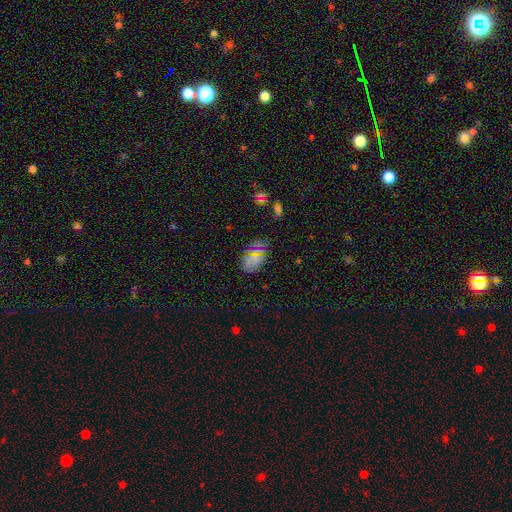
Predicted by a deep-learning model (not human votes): Smooth or featured: smooth — 58% (star or artifact — 31%)
How rounded: in between — 86% (round — 12%)
Merging: none — 76% (minor disturbance — 16%)